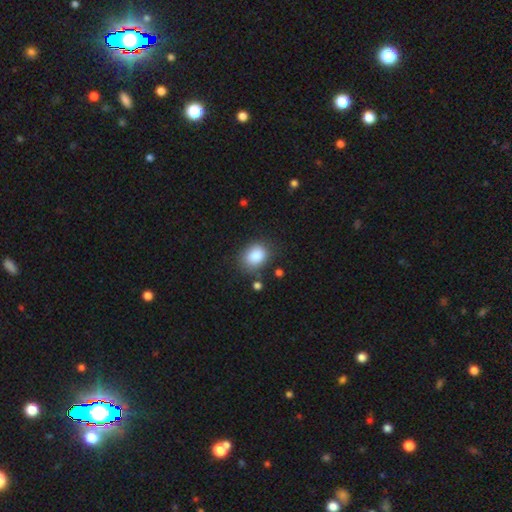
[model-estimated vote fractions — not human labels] Morphology: type=smooth (86%); roundness=in between (56%); merging=none (75%).